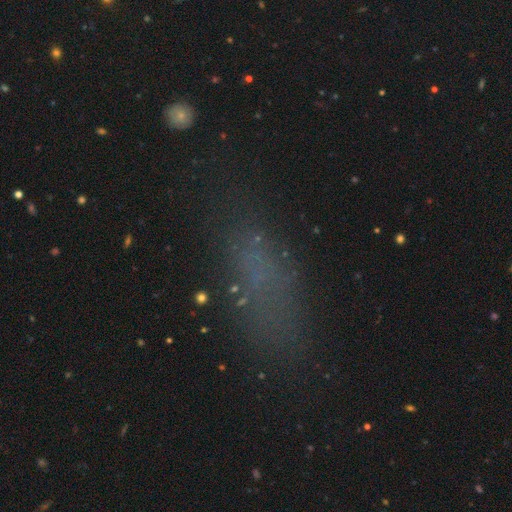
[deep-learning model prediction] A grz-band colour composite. It shows a smooth galaxy with no disk features (49%). Merging: none (61%).